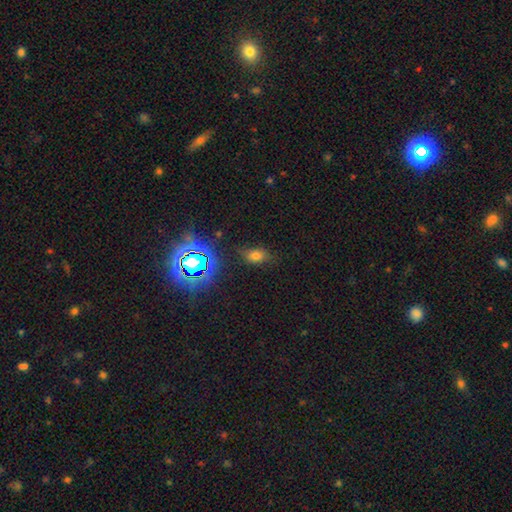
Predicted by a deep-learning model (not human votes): Overall: smooth (64%; star or artifact 26%). How rounded: in between (81%). Merging: none (71%).